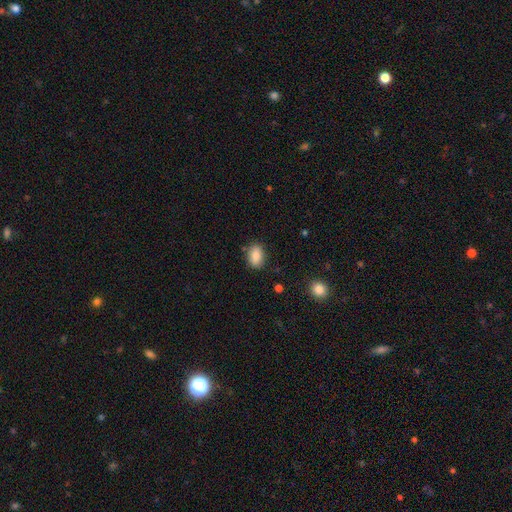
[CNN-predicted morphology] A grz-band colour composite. It shows a smooth galaxy with no disk features (84%) that is in between round and cigar-shaped (81%). Merging: none (84%).